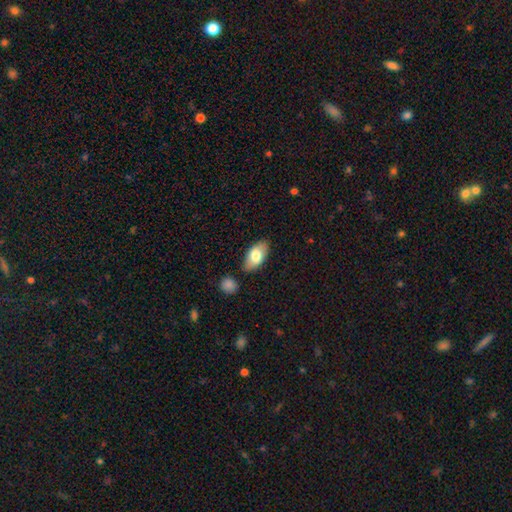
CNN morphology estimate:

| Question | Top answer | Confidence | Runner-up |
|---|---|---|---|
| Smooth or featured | smooth | 75% | featured or disk (19%) |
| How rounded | in between | 92% | cigar-shaped (4%) |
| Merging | none | 82% | minor disturbance (12%) |